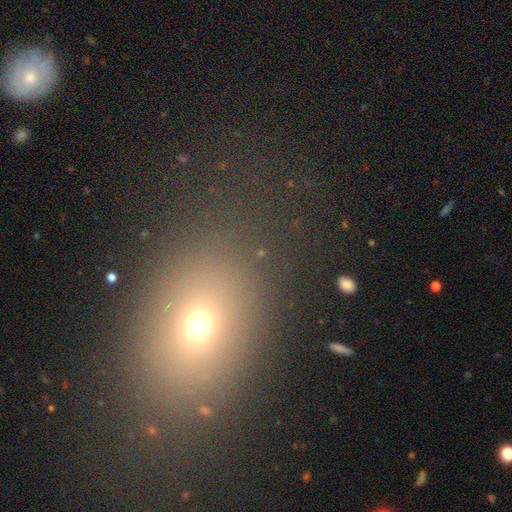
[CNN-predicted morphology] type=smooth (62%); roundness=in between (62%); merging=none (77%).